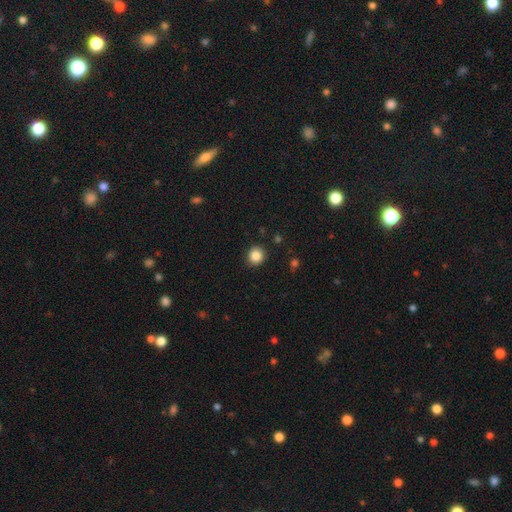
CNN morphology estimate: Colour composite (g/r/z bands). It shows a smooth galaxy with no disk features (86%) that is round (87%). Merging: none (88%).